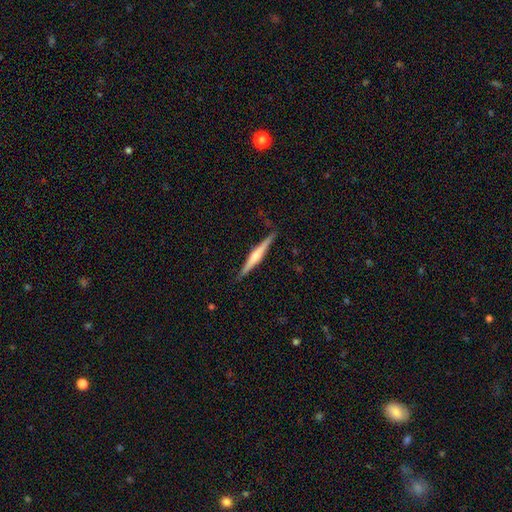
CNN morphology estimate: smooth_or_featured: featured or disk (p=0.66) [alt: smooth p=0.28]
disk_edge_on: yes (p=0.98) [alt: no p=0.02]
edge_on_bulge: rounded (p=0.72) [alt: none p=0.15]
merging: none (p=0.88) [alt: minor disturbance p=0.09]